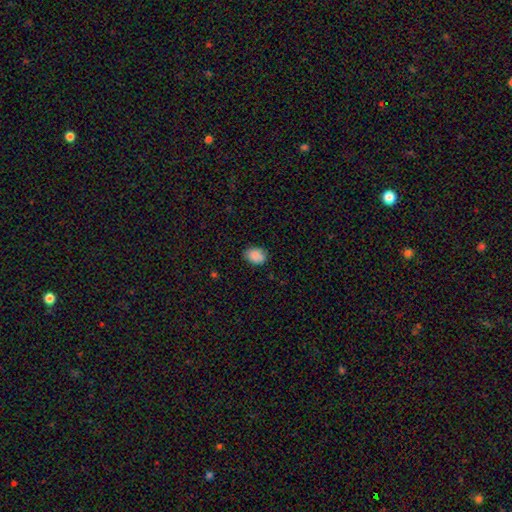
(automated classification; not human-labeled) This is clearly a smooth galaxy (87%). How rounded: likely in between (68%). Merging: likely none (78%).